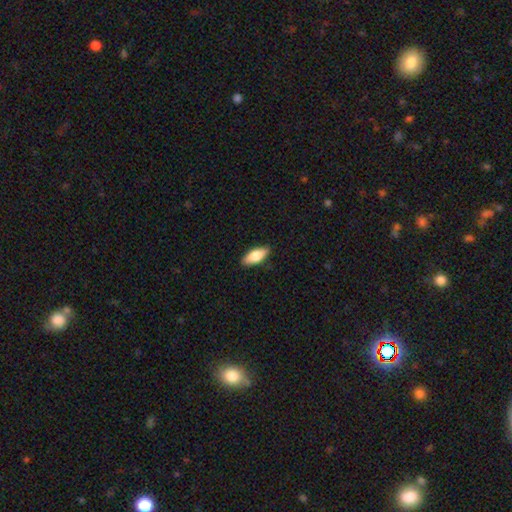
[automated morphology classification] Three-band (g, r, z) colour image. It shows a smooth galaxy with no disk features (77%) that is in between round and cigar-shaped (78%). Merging: none (89%).